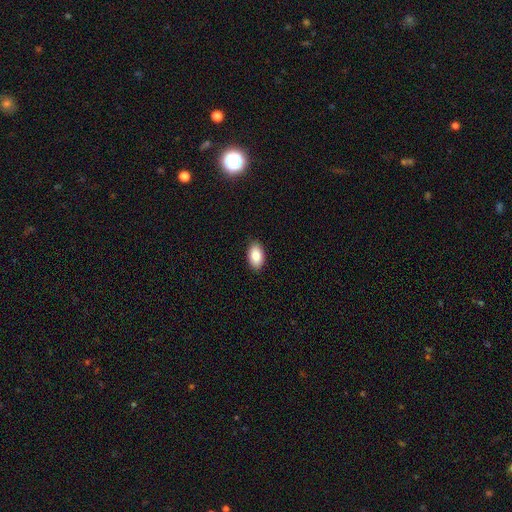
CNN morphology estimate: A smooth galaxy with no disk features (85%) that is in between round and cigar-shaped (94%). Merging: none (89%).